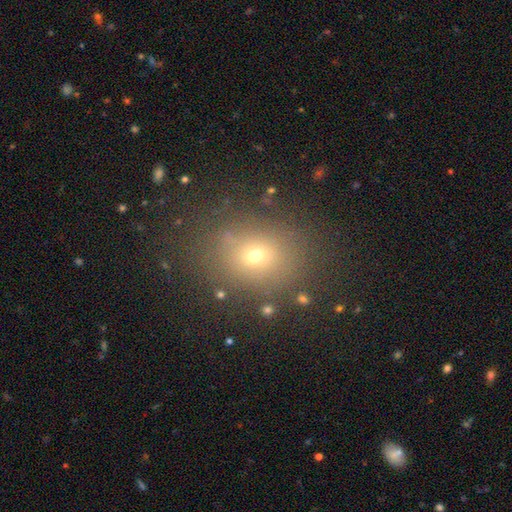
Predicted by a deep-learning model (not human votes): A smooth galaxy with no disk features (62%) that is in between round and cigar-shaped (50%).

Vote fractions:
- Smooth or featured? smooth: 62% / star or artifact: 24% / featured or disk: 14%
- How rounded? in between: 50% / round: 49% / cigar-shaped: 1%
- Merging? none: 80% / minor disturbance: 12% / major disturbance: 6% / merger: 3%